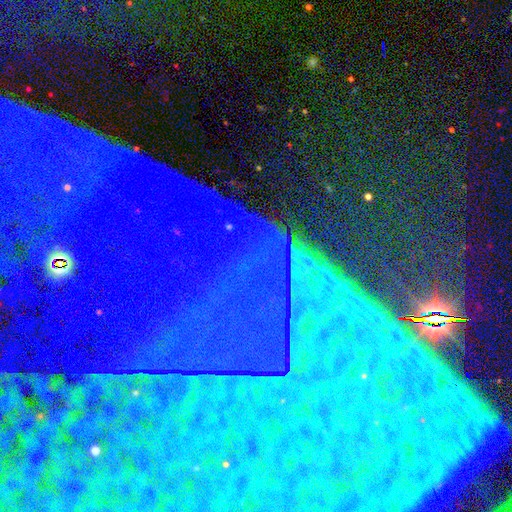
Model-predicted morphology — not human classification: A star or artifact, not a galaxy (85%).